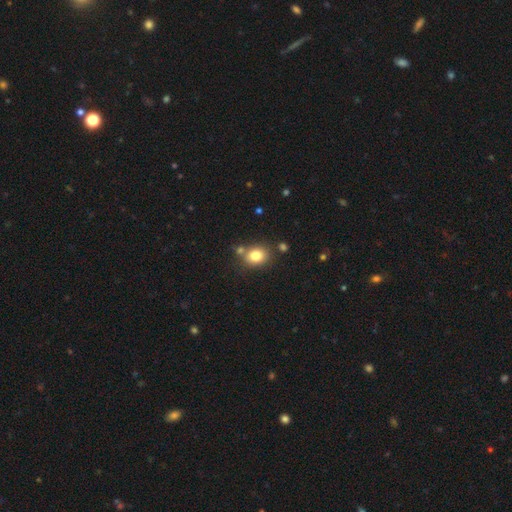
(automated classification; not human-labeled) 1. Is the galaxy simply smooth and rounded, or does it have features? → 81% smooth, 11% star or artifact, 8% featured or disk.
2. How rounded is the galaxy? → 54% round, 45% in between, 1% cigar-shaped.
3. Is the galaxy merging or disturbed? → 69% none, 14% merger, 13% minor disturbance, 4% major disturbance.